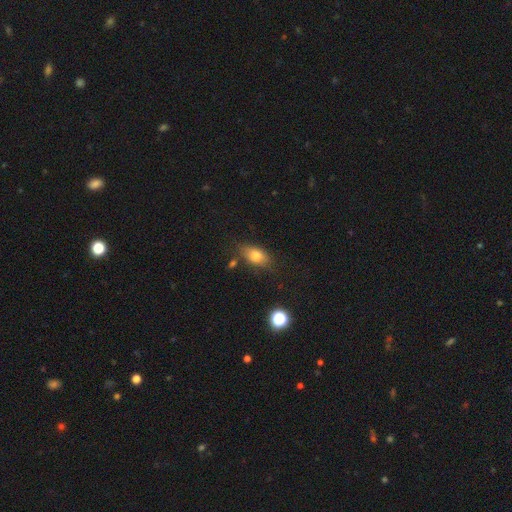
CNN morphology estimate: smooth 74%, featured or disk 15%, star or artifact 10%. Down the decision tree: how rounded — in between (83%); merging — none (74%).